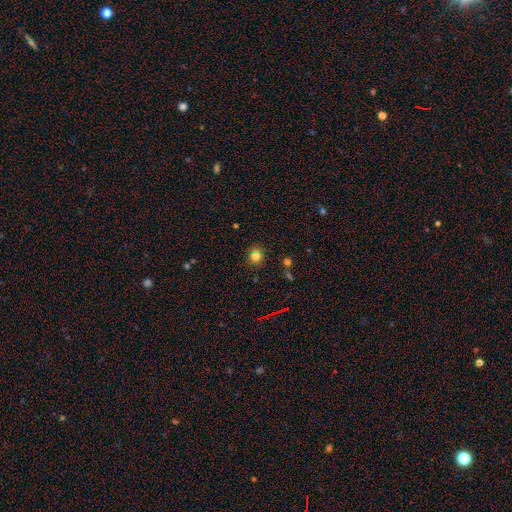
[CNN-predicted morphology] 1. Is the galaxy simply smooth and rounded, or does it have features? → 76% smooth, 16% star or artifact, 7% featured or disk.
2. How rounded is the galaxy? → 84% round, 15% in between, 1% cigar-shaped.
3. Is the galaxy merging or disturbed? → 85% none, 10% minor disturbance, 3% major disturbance, 3% merger.